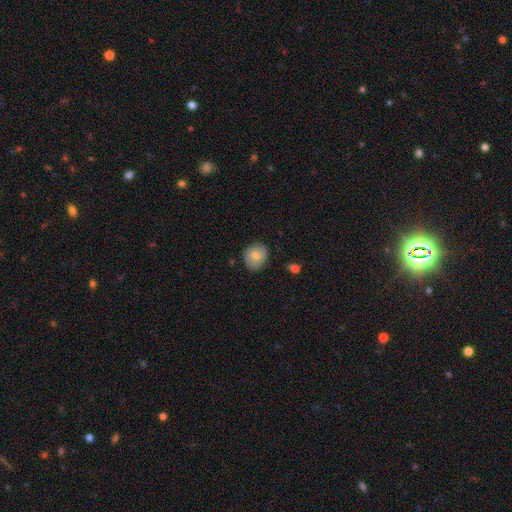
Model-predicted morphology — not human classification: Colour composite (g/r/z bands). It shows a smooth galaxy with no disk features (74%) that is round (76%). Merging: none (79%).